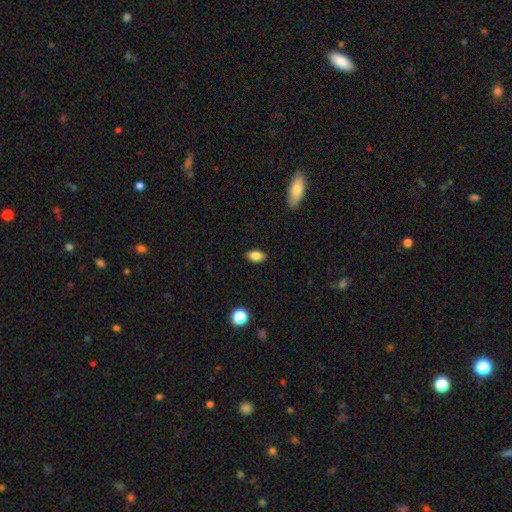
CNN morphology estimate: The model was most divided on "smooth or featured": smooth: 84%, star or artifact: 8%, featured or disk: 8%. More confident: how rounded — in between (89%); merging — none (88%).